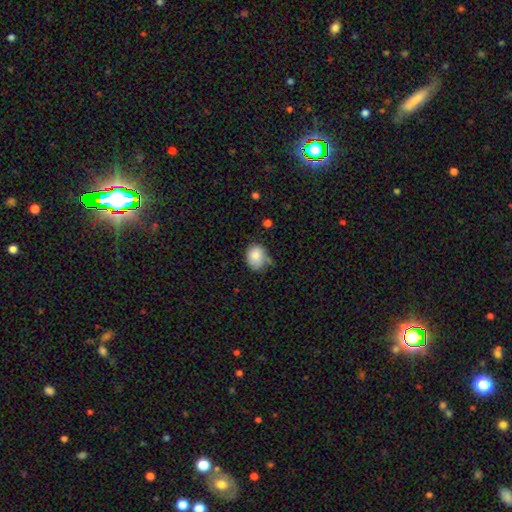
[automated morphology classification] Q: Smooth or featured?
A: smooth (82%); runner-up: featured or disk (10%)
Q: How rounded?
A: round (52%); runner-up: in between (47%)
Q: Merging?
A: none (50%); runner-up: minor disturbance (34%)